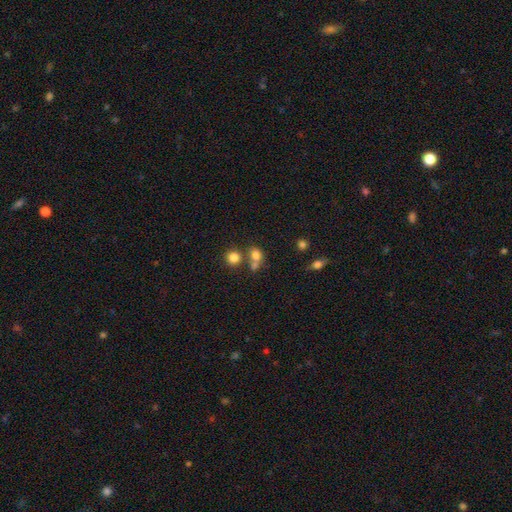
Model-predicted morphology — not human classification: smooth_or_featured: smooth (p=0.76) [alt: star or artifact p=0.14]
how_rounded: round (p=0.62) [alt: in between p=0.36]
merging: none (p=0.46) [alt: merger p=0.38]